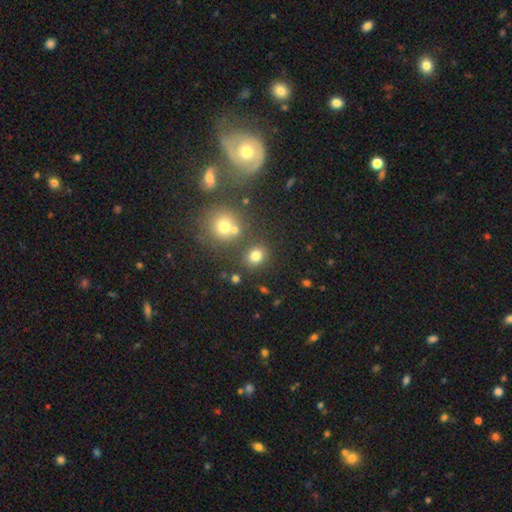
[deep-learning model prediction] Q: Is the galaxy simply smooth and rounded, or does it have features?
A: smooth — 76%.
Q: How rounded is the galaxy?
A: round — 59%.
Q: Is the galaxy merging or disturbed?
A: none — 76%.